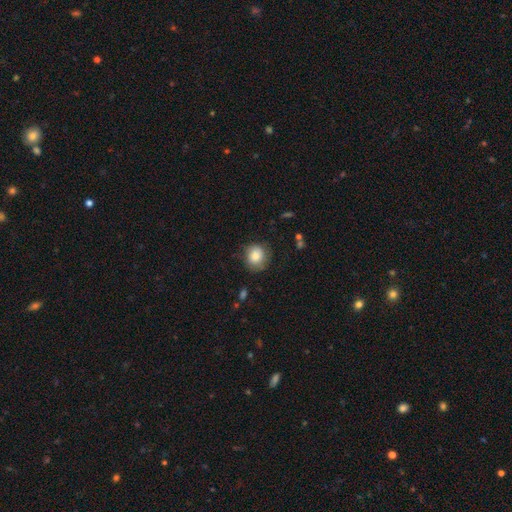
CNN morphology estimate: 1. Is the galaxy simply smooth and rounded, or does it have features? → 81% smooth, 11% featured or disk, 8% star or artifact.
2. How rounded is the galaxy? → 79% round, 20% in between, 1% cigar-shaped.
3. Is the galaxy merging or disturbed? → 74% none, 19% minor disturbance, 5% major disturbance, 2% merger.